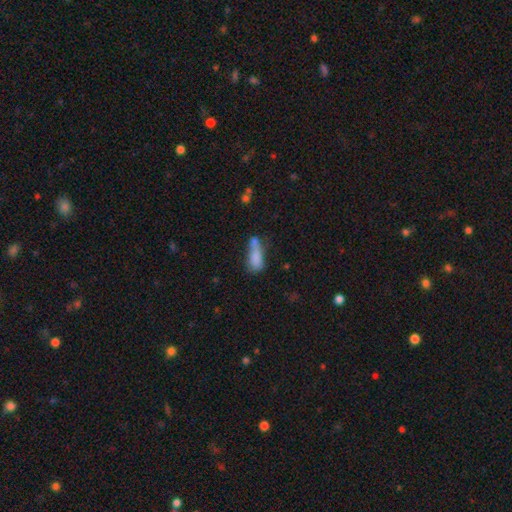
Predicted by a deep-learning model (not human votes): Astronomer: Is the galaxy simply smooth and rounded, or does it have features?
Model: smooth — 75%.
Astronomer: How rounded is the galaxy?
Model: in between — 65%.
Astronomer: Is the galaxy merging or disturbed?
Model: merger — 31% (runner-up: none, 29%).